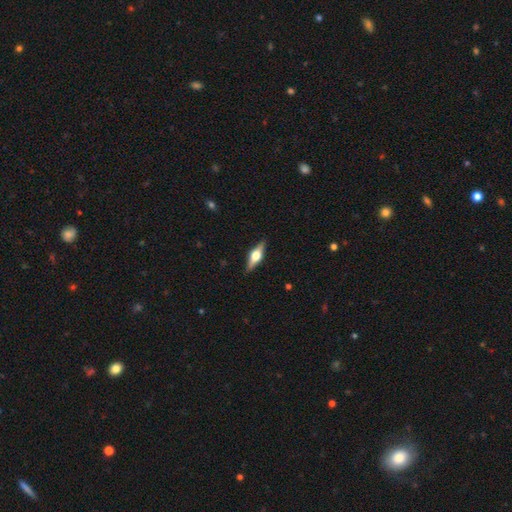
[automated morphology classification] This is likely a featured or disk galaxy (68%). It is clearly viewed edge-on (96%). Edge-on bulge: clearly rounded (94%). Merging: clearly none (89%).